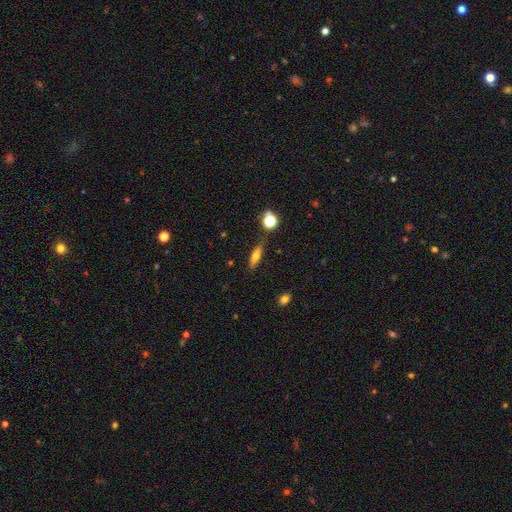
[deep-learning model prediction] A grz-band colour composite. It shows a smooth galaxy with no disk features (63%) that is cigar-shaped (58%). Merging: none (78%).